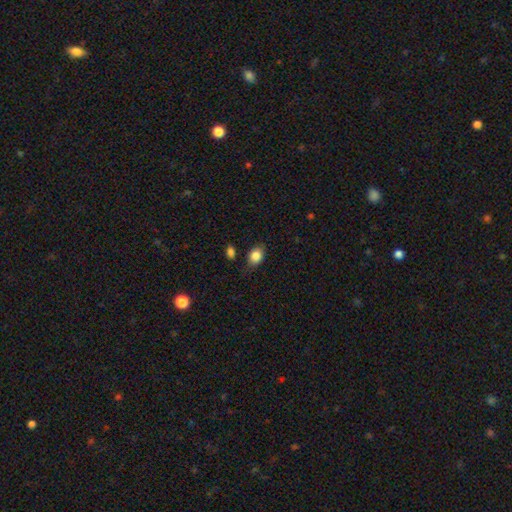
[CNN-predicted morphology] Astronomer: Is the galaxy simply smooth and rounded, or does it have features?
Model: smooth — 85%.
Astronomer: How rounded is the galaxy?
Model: in between — 65%.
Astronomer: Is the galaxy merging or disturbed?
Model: none — 75%.